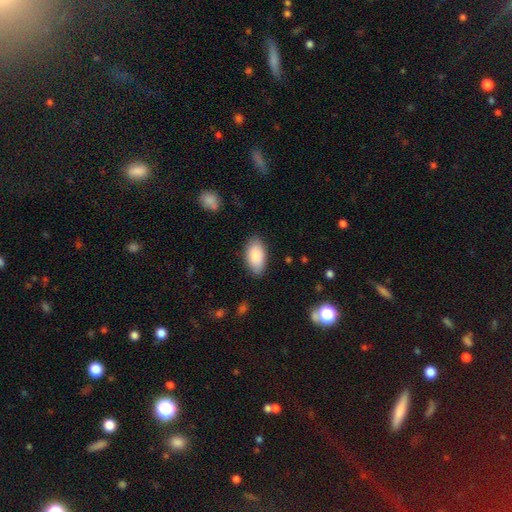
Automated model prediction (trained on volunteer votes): The model was most divided on "merging": none: 83%, minor disturbance: 13%, major disturbance: 3%, merger: 1%. More confident: how rounded — in between (94%); smooth or featured — smooth (88%).